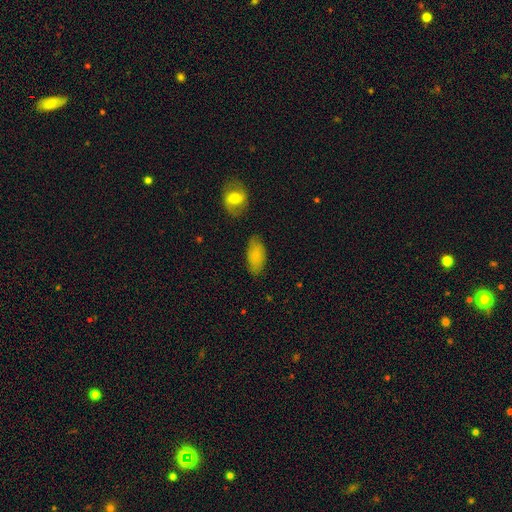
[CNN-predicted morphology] Smooth or featured? Predicted: smooth (p=0.82). How rounded? Predicted: in between (p=0.92). Merging? Predicted: none (p=0.79).